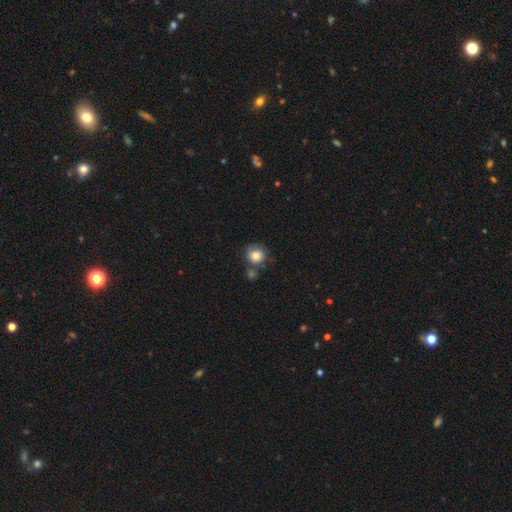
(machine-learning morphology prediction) Smooth or featured? smooth (83%)
How rounded? round (88%)
Merging? none (63%)